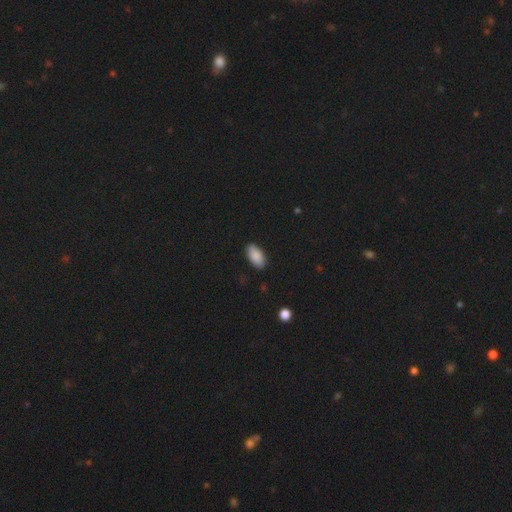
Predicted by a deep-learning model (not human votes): Smooth or featured? Predicted: smooth (p=0.88). How rounded? Predicted: in between (p=0.93). Merging? Predicted: none (p=0.88).